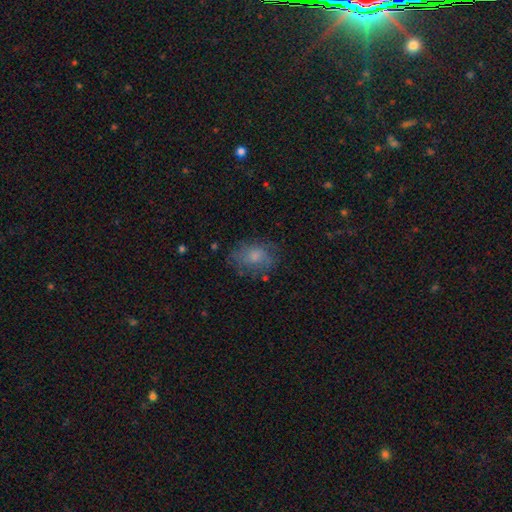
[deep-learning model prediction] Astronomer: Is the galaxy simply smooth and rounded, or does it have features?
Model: smooth — 68%.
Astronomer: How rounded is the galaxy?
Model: in between — 68%.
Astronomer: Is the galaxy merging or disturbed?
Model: none — 64%.